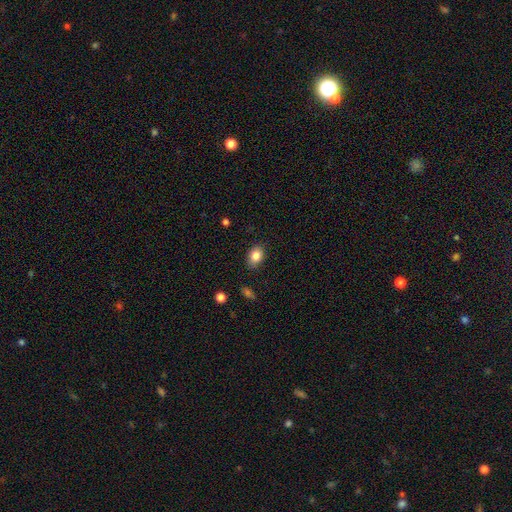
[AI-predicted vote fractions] smooth_or_featured: smooth (p=0.84) [alt: star or artifact p=0.09]
how_rounded: in between (p=0.79) [alt: round p=0.20]
merging: none (p=0.84) [alt: minor disturbance p=0.12]